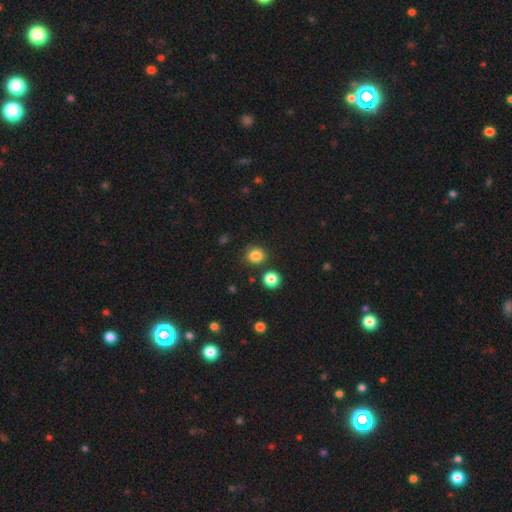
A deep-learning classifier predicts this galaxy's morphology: The model was most divided on "how rounded": round: 75%, in between: 24%, cigar-shaped: 1%. More confident: smooth or featured — smooth (84%); merging — none (81%).